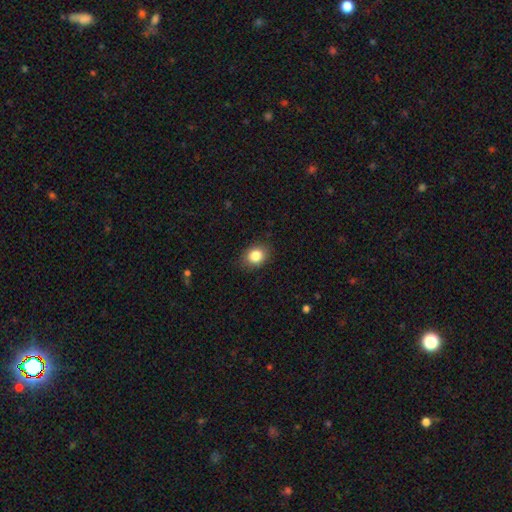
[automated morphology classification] Overall: smooth (85%). How rounded: round (50%; in between 49%). Merging: none (85%).